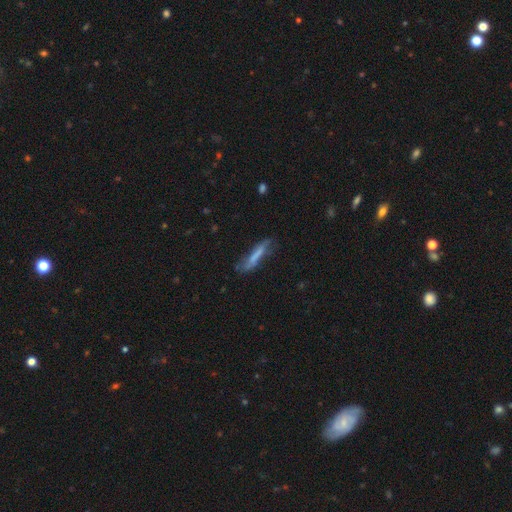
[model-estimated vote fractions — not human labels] This is likely a smooth galaxy (62%). How rounded: clearly cigar-shaped (85%). Merging: possibly none (55%).